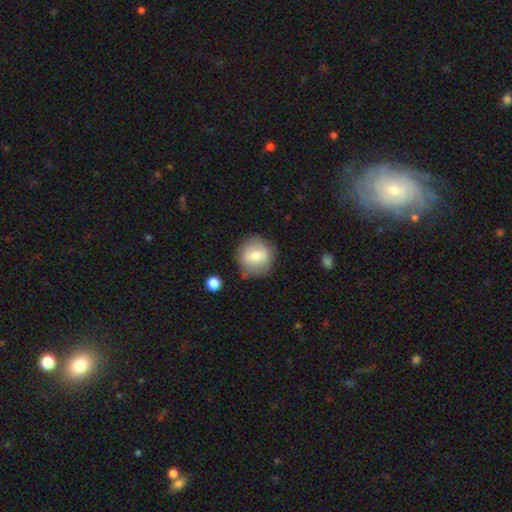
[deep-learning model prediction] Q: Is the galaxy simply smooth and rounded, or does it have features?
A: smooth — 73%.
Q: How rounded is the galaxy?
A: round — 90%.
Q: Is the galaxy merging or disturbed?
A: none — 80%.